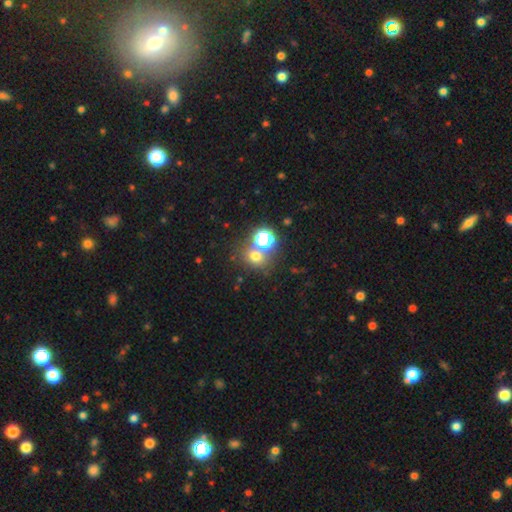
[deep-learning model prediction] Q: Smooth or featured?
A: smooth (65%); runner-up: star or artifact (27%)
Q: How rounded?
A: round (77%); runner-up: in between (22%)
Q: Merging?
A: none (66%); runner-up: merger (21%)